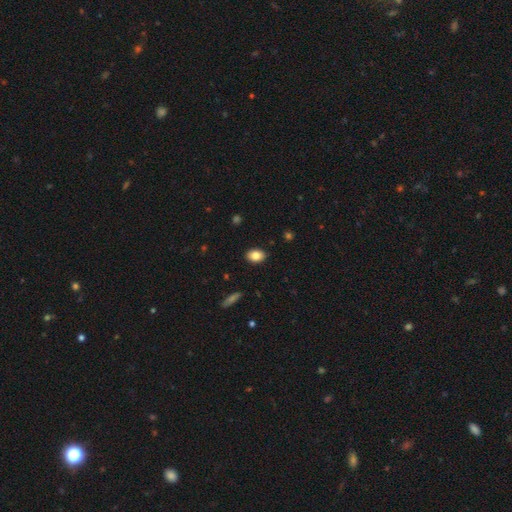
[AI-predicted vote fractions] The model was most divided on "how rounded": in between: 83%, round: 16%, cigar-shaped: 1%. More confident: merging — none (88%); smooth or featured — smooth (83%).